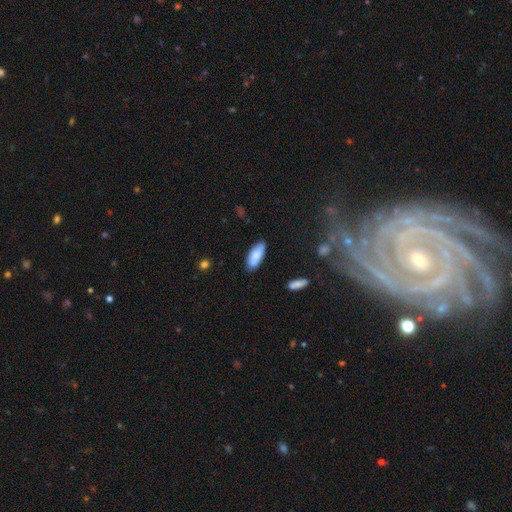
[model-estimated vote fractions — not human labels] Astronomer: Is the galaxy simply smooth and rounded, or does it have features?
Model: smooth — 86%.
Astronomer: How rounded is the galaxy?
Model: in between — 80%.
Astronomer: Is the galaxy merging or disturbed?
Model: none — 82%.